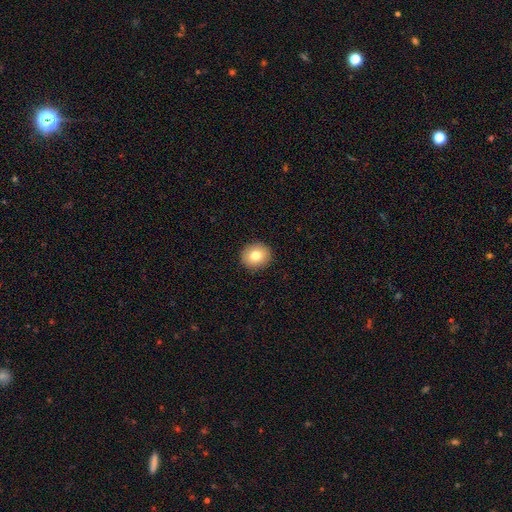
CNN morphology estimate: Overall: smooth (80%). How rounded: round (86%). Merging: none (92%).